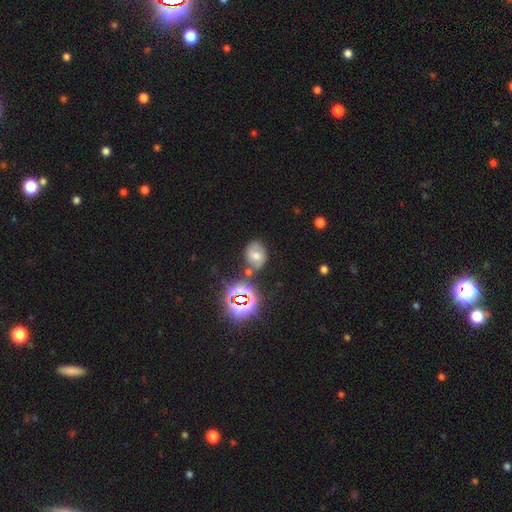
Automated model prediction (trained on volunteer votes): A smooth galaxy with no disk features (43%). Merging: none (67%).